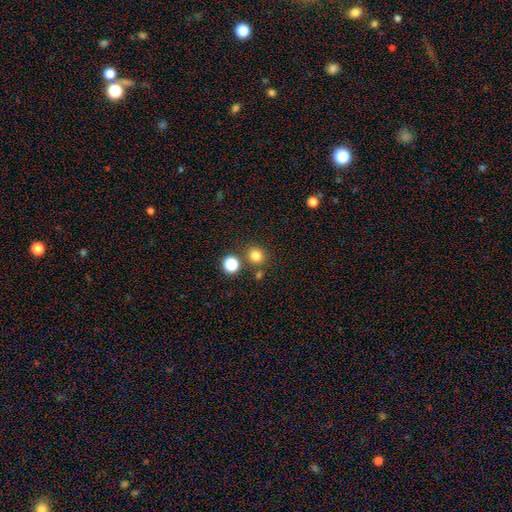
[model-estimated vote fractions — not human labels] The model was most divided on "smooth or featured": smooth: 80%, star or artifact: 15%, featured or disk: 5%. More confident: how rounded — round (88%); merging — none (81%).